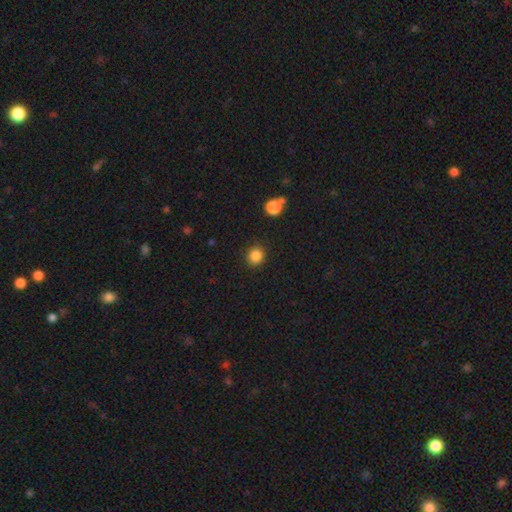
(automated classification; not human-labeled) smooth 85%, star or artifact 11%, featured or disk 4%. Down the decision tree: how rounded — round (87%); merging — none (89%).